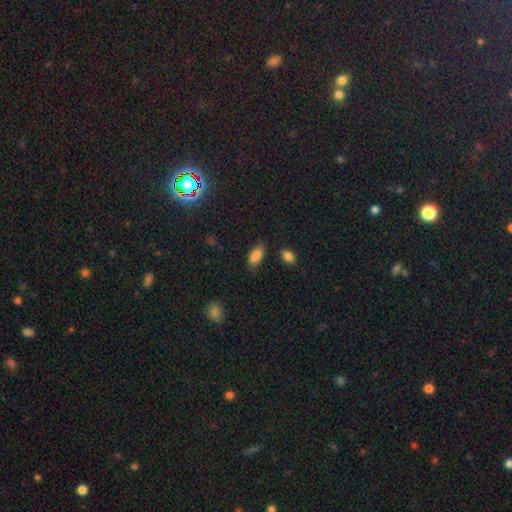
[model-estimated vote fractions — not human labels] This appears to be a smooth galaxy with no disk features (85%) that is in between round and cigar-shaped (91%). Merging: none (75%).